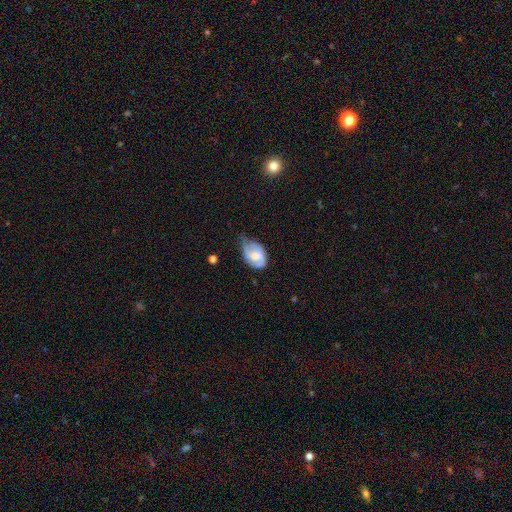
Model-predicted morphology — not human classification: Q: Smooth or featured?
A: featured or disk (54%); runner-up: smooth (39%)
Q: Edge-on disk?
A: no (96%); runner-up: yes (4%)
Q: Bar?
A: no (47%); runner-up: weak (43%)
Q: Spiral arms?
A: yes (81%); runner-up: no (19%)
Q: Bulge size?
A: moderate (49%); runner-up: small (27%)
Q: Merging?
A: minor disturbance (44%); runner-up: none (37%)